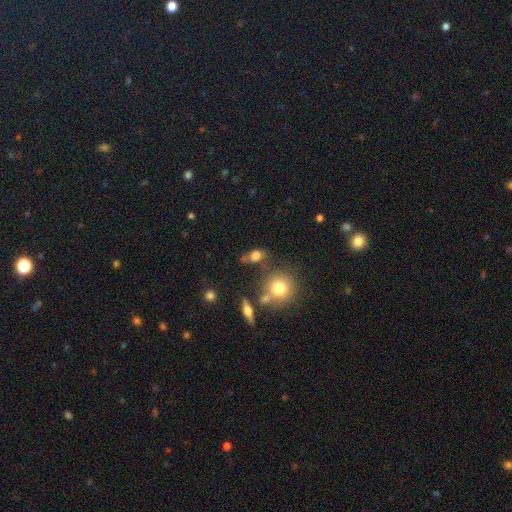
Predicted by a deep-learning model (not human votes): Smooth or featured?
  - smooth: 76% *
  - star or artifact: 13%
  - featured or disk: 11%
How rounded?
  - in between: 66% *
  - round: 30%
  - cigar-shaped: 5%
Merging?
  - none: 59% *
  - minor disturbance: 18%
  - merger: 16%
  - major disturbance: 8%